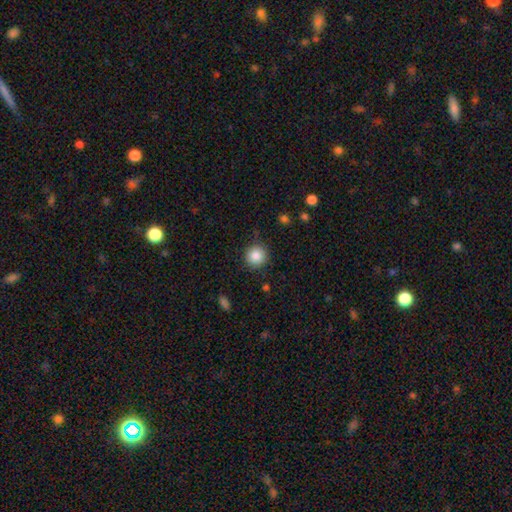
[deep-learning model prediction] Morphology: type=smooth (86%); roundness=round (93%); merging=none (88%).